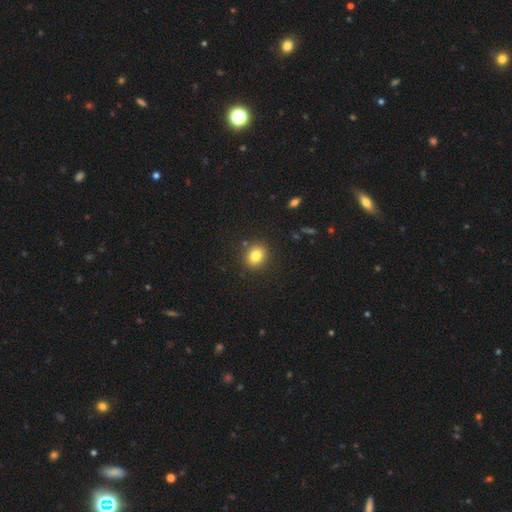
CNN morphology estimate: The model was most divided on "how rounded": round: 72%, in between: 27%, cigar-shaped: 1%. More confident: merging — none (88%); smooth or featured — smooth (81%).